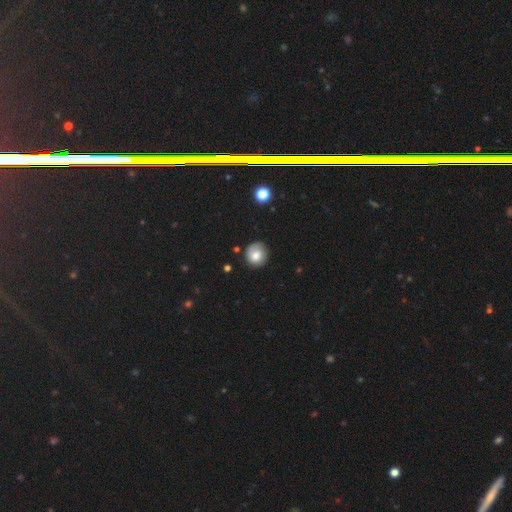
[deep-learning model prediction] This appears to be a smooth galaxy with no disk features (73%) that is round (89%). Merging: none (77%).